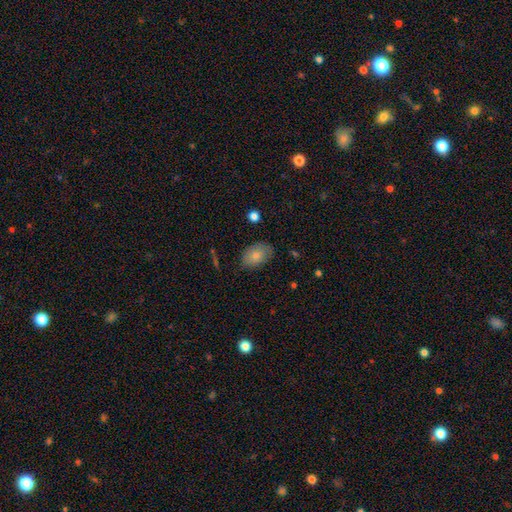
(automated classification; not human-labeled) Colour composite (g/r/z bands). It shows a smooth galaxy with no disk features (79%) that is in between round and cigar-shaped (88%). Merging: none (76%).